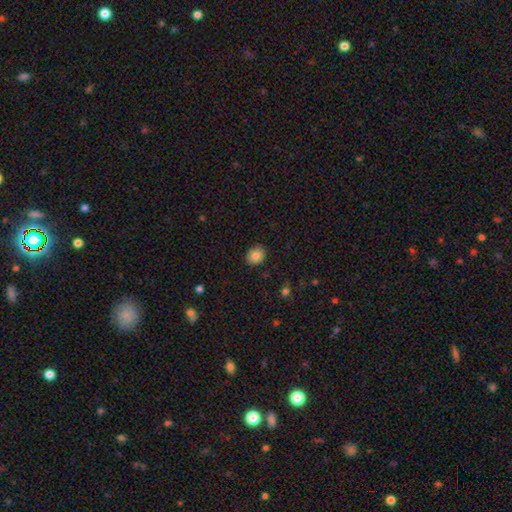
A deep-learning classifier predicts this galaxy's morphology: The model was most divided on "how rounded": round: 56%, in between: 43%, cigar-shaped: 1%. More confident: merging — none (89%); smooth or featured — smooth (85%).